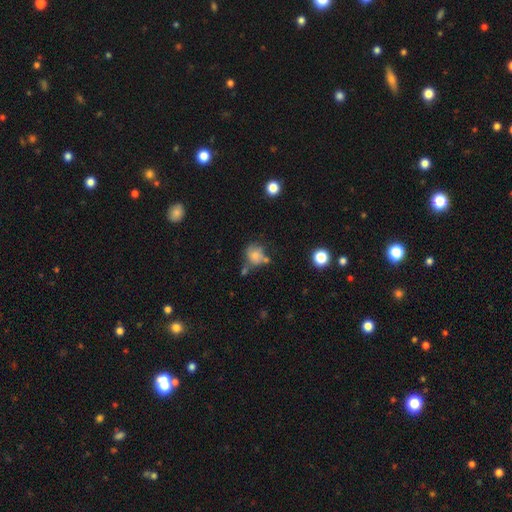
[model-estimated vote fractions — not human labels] smooth 72%, featured or disk 16%, star or artifact 12%. Down the decision tree: how rounded — round (73%); merging — none (48%).